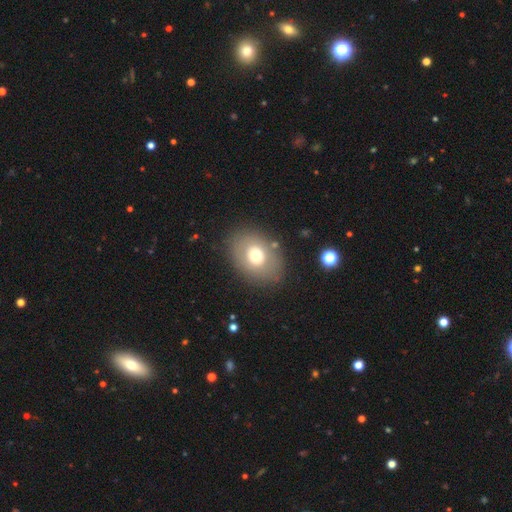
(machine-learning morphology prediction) A smooth galaxy with no disk features (66%) that is in between round and cigar-shaped (66%). Merging: none (81%).